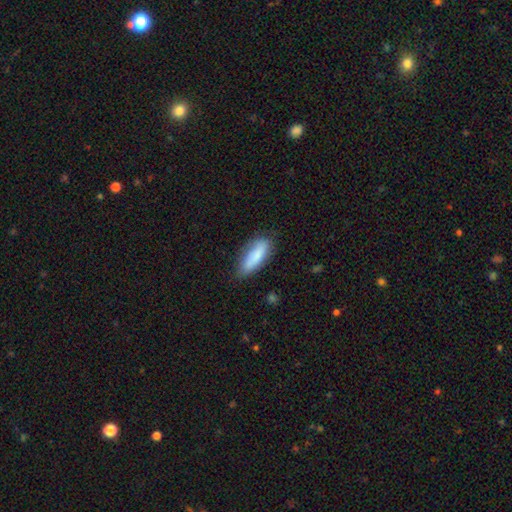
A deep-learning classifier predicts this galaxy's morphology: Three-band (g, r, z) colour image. It shows a smooth galaxy with no disk features (83%) that is in between round and cigar-shaped (62%). Merging: none (71%).